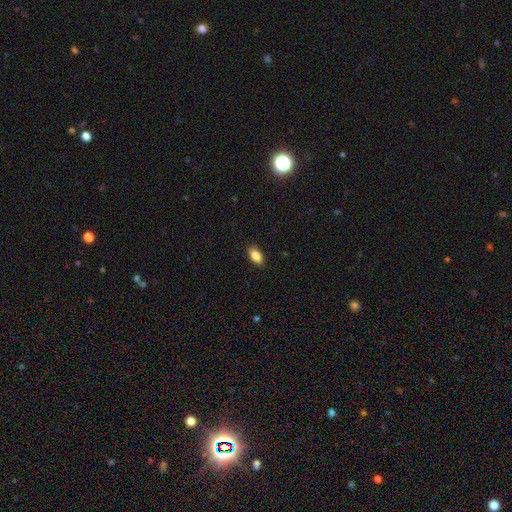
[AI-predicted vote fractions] smooth 86%, star or artifact 8%, featured or disk 6%. Down the decision tree: how rounded — in between (91%); merging — none (88%).